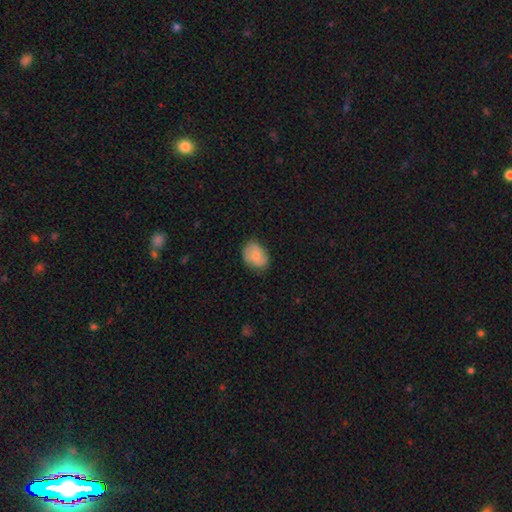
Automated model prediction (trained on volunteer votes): smooth_or_featured: smooth (p=0.76) [alt: featured or disk p=0.17]
how_rounded: in between (p=0.63) [alt: round p=0.36]
merging: none (p=0.70) [alt: minor disturbance p=0.24]